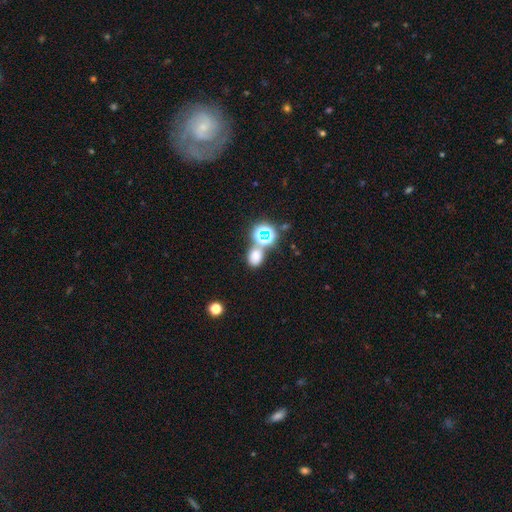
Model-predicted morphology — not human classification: smooth_or_featured: smooth (p=0.65) [alt: star or artifact p=0.28]
how_rounded: in between (p=0.53) [alt: round p=0.46]
merging: none (p=0.57) [alt: merger p=0.26]